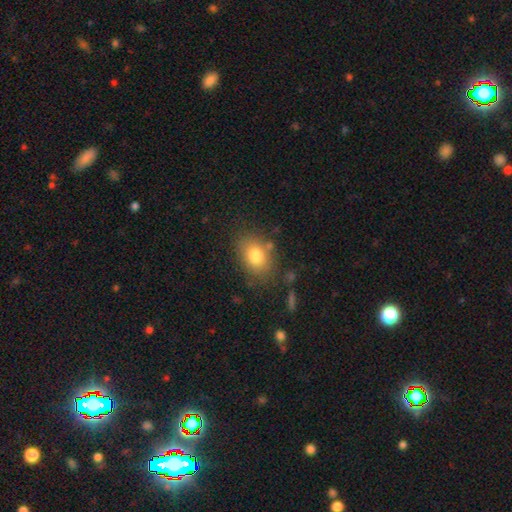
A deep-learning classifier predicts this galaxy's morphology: Q: Smooth or featured?
A: smooth (79%); runner-up: featured or disk (12%)
Q: How rounded?
A: in between (72%); runner-up: round (27%)
Q: Merging?
A: none (76%); runner-up: minor disturbance (14%)